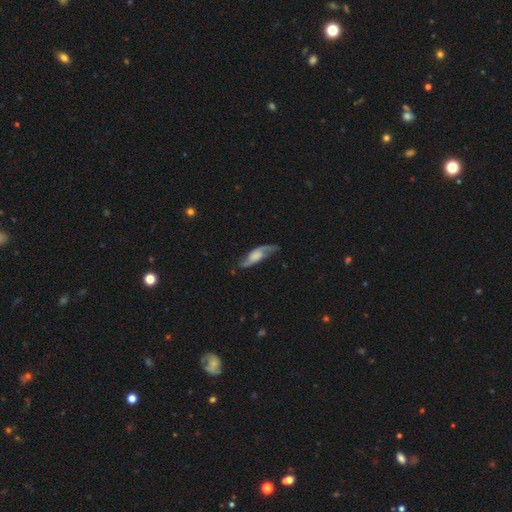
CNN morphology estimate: smooth-or-featured: featured or disk: 66% | smooth: 27% | star or artifact: 7%
  disk-edge-on: no: 78% | yes: 22%
    bar: no: 60% | weak: 31% | strong: 9%
    has-spiral-arms: yes: 91% | no: 9%
    bulge-size: none: 28% | large: 27% | moderate: 23% | small: 17% | dominant: 4%
  merging: none: 68% | minor disturbance: 21% | major disturbance: 9% | merger: 2%